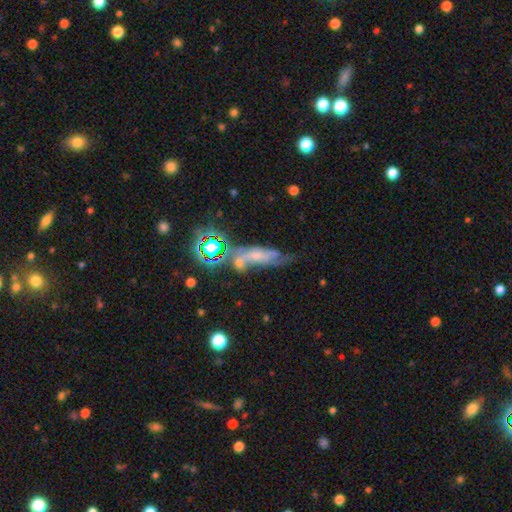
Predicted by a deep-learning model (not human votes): Smooth or featured? Predicted: featured or disk (p=0.41). Merging? Predicted: none (p=0.37).